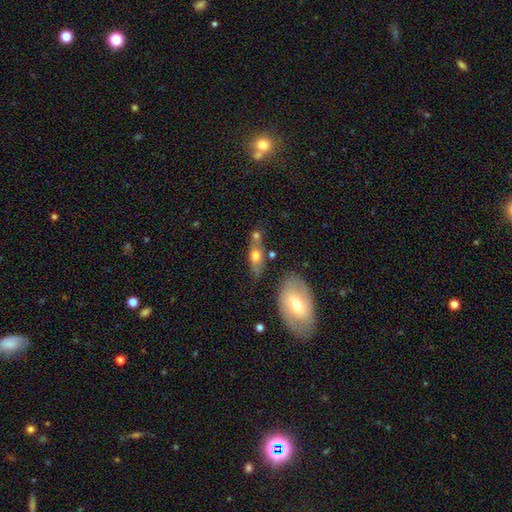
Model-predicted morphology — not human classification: This appears to be a smooth galaxy with no disk features (54%) that is in between round and cigar-shaped (62%). Merging: none (56%).